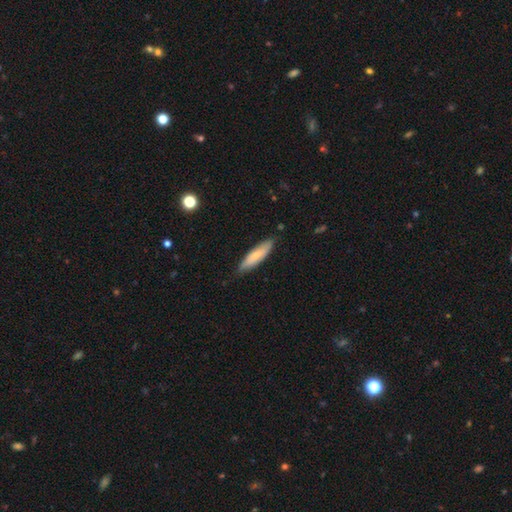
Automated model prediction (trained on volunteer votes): The model was most divided on "how rounded": cigar-shaped: 67%, in between: 31%, round: 1%. More confident: merging — none (81%); smooth or featured — smooth (73%).